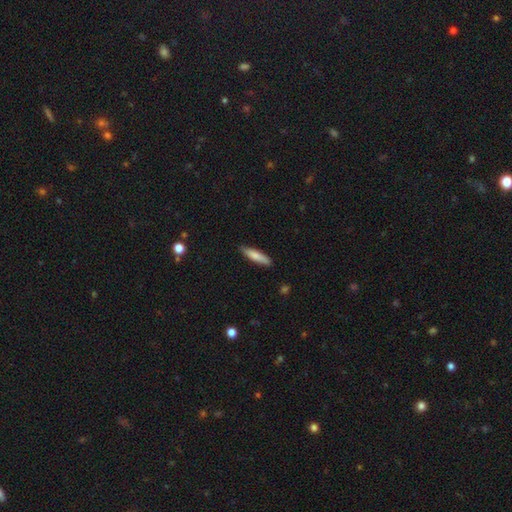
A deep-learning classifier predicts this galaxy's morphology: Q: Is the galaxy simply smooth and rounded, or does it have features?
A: smooth — 78%.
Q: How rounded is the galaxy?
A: cigar-shaped — 80%.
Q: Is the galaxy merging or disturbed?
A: none — 86%.